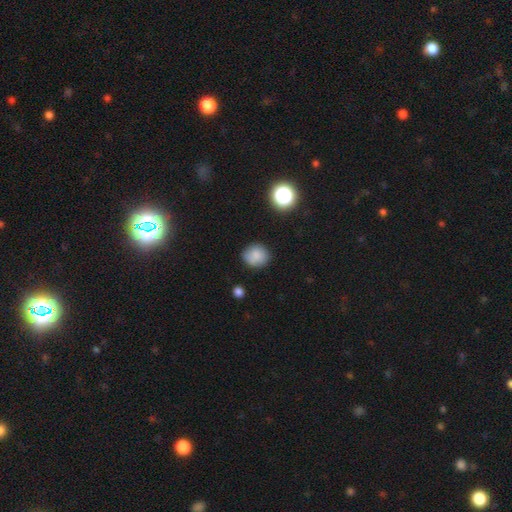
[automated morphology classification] A smooth galaxy with no disk features (82%) that is round (85%).

Vote fractions:
- Smooth or featured? smooth: 82% / star or artifact: 10% / featured or disk: 7%
- How rounded? round: 85% / in between: 14% / cigar-shaped: 1%
- Merging? none: 82% / minor disturbance: 13% / major disturbance: 3% / merger: 2%